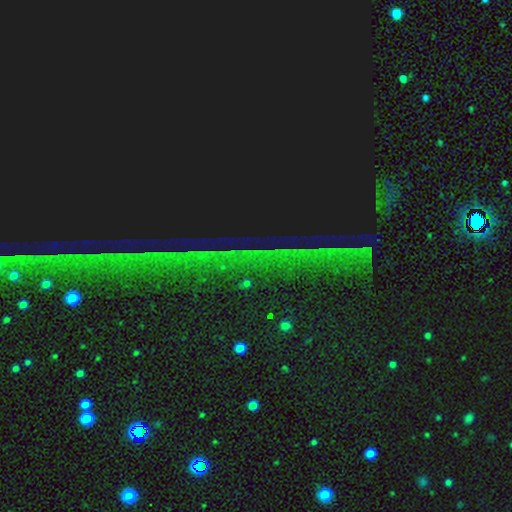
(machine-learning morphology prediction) Smooth or featured: star or artifact — 87% (featured or disk — 7%)